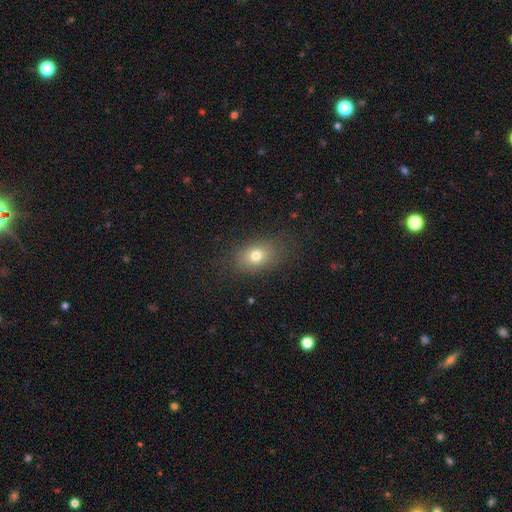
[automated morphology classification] This is likely a smooth galaxy (75%). How rounded: likely in between (71%). Merging: likely none (79%).